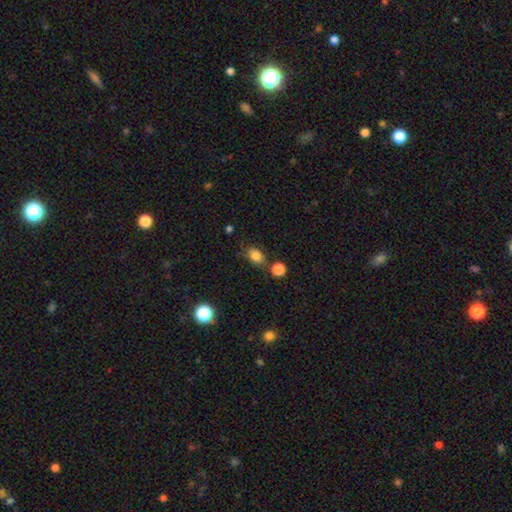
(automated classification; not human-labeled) Q: Smooth or featured?
A: smooth (83%); runner-up: star or artifact (11%)
Q: How rounded?
A: in between (66%); runner-up: round (33%)
Q: Merging?
A: none (66%); runner-up: minor disturbance (18%)